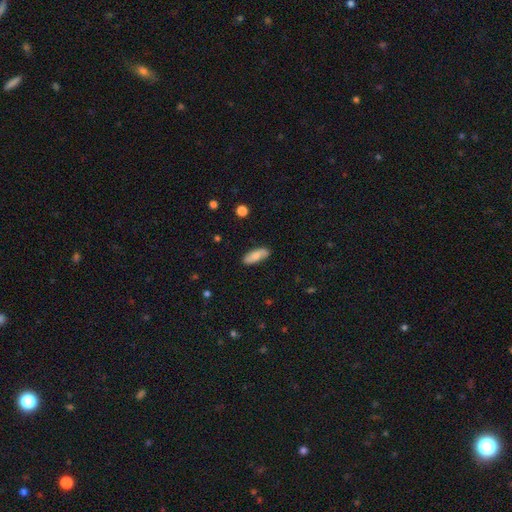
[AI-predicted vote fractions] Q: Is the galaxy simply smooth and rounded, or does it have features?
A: smooth — 75%.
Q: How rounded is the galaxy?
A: in between — 71%.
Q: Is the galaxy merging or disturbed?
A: none — 84%.